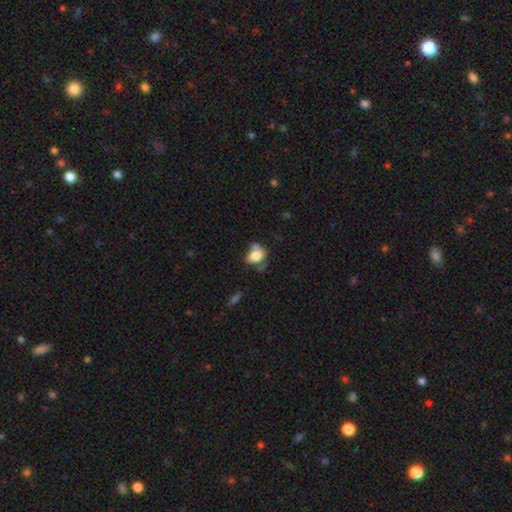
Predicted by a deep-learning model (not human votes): Smooth or featured?
  - smooth: 73% *
  - featured or disk: 17%
  - star or artifact: 10%
How rounded?
  - in between: 65% *
  - round: 34%
  - cigar-shaped: 2%
Merging?
  - none: 37% *
  - minor disturbance: 25%
  - merger: 23%
  - major disturbance: 15%